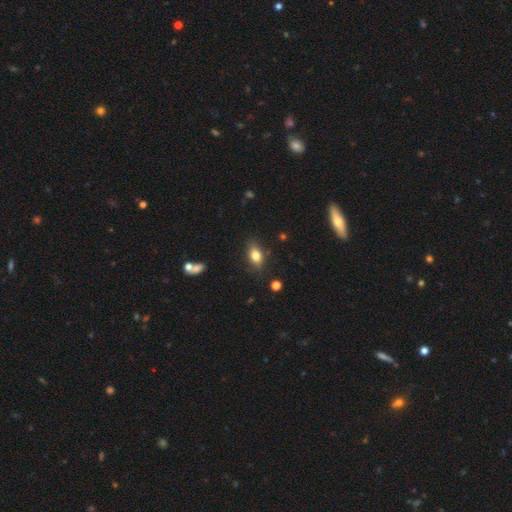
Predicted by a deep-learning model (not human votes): Smooth or featured? smooth (79%)
How rounded? in between (82%)
Merging? none (83%)